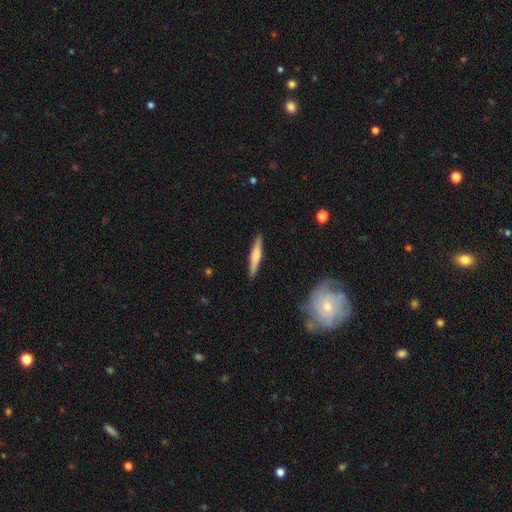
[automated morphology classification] smooth 50%, featured or disk 44%, star or artifact 6%. Down the decision tree: how rounded — cigar-shaped (91%); merging — none (90%).